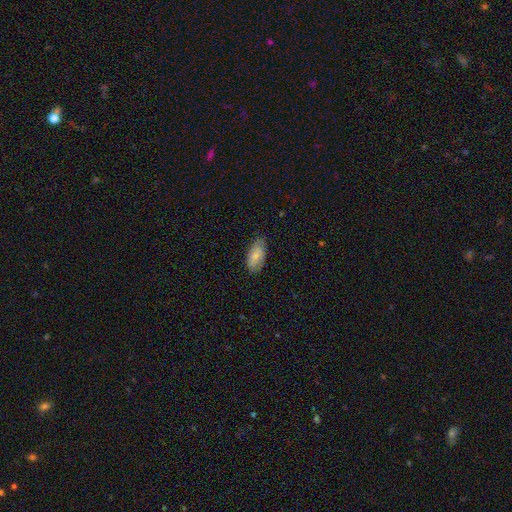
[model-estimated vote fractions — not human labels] Morphology: type=smooth (76%); roundness=in between (93%); merging=none (75%).